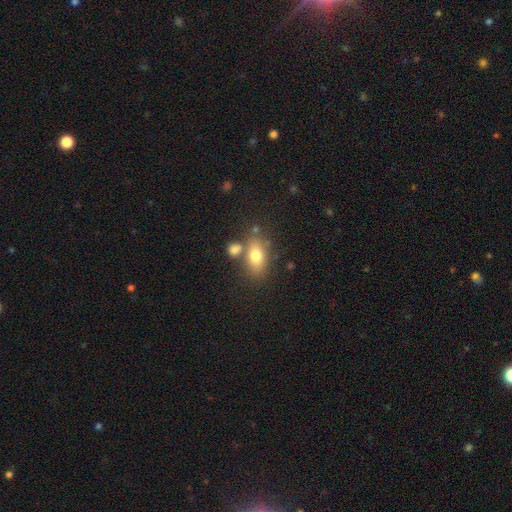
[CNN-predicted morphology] The model was most divided on "merging": none: 62%, merger: 20%, minor disturbance: 14%, major disturbance: 5%. More confident: how rounded — in between (81%); smooth or featured — smooth (73%).